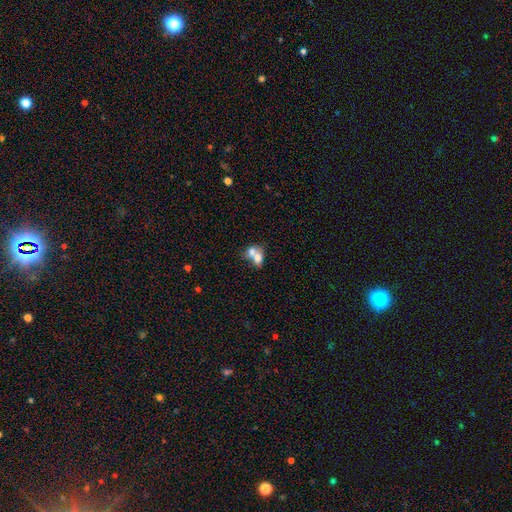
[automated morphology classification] Smooth or featured? Predicted: smooth (p=0.67). How rounded? Predicted: in between (p=0.58). Merging? Predicted: merger (p=0.71).